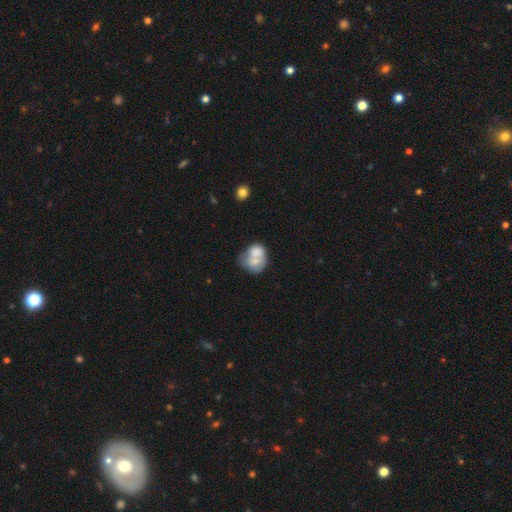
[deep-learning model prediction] Smooth or featured? Predicted: smooth (p=0.65). How rounded? Predicted: round (p=0.55). Merging? Predicted: merger (p=0.63).